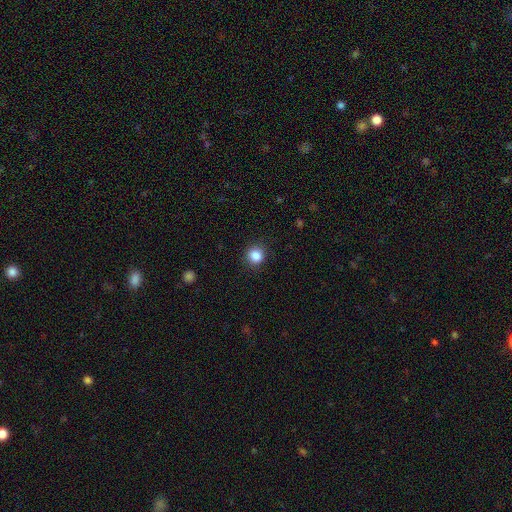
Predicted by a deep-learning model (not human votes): A smooth galaxy with no disk features (86%) that is round (86%).

Vote fractions:
- Smooth or featured? smooth: 86% / star or artifact: 10% / featured or disk: 4%
- How rounded? round: 86% / in between: 13% / cigar-shaped: 1%
- Merging? none: 87% / minor disturbance: 9% / major disturbance: 3% / merger: 1%